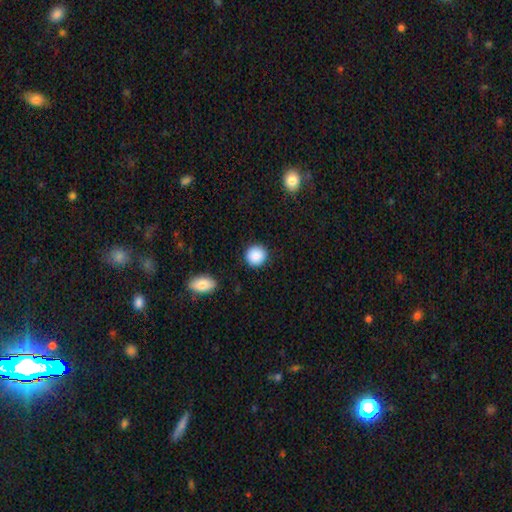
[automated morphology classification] The model was most divided on "smooth or featured": smooth: 88%, star or artifact: 8%, featured or disk: 4%. More confident: how rounded — round (91%); merging — none (89%).